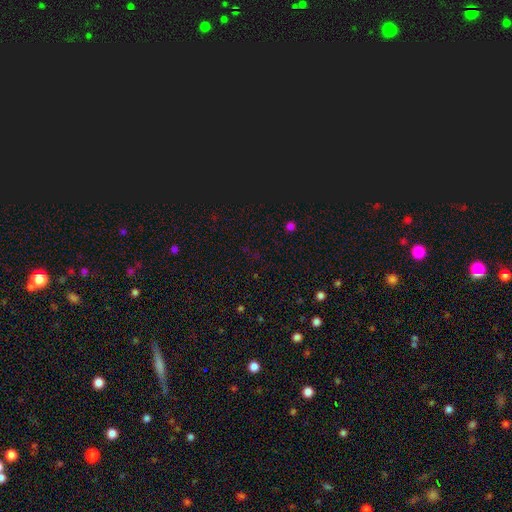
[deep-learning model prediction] Morphology: type=star or artifact (66%).